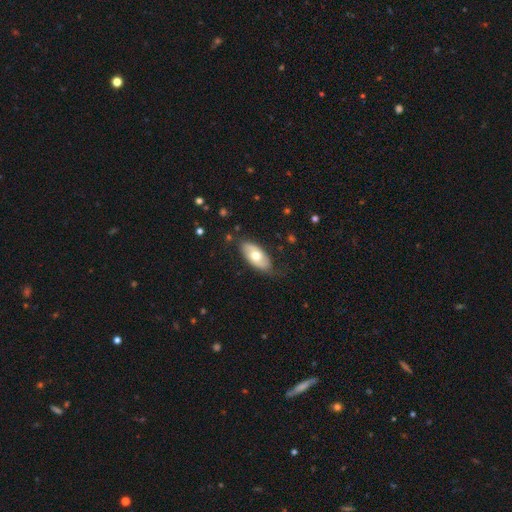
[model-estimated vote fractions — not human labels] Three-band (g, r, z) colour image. It shows a smooth galaxy with no disk features (58%) that is in between round and cigar-shaped (92%). Merging: none (74%).